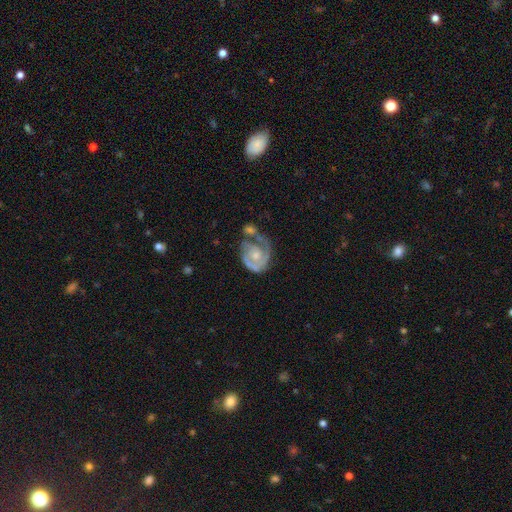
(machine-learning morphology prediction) Smooth or featured? Predicted: featured or disk (p=0.84). Edge-on disk? Predicted: no (p=0.98). Bar? Predicted: no (p=0.72). Spiral arms? Predicted: yes (p=0.93). Spiral winding? Predicted: tight (p=0.58). Spiral arm count? Predicted: 2 (p=0.42). Bulge size? Predicted: moderate (p=0.45). Merging? Predicted: none (p=0.40).